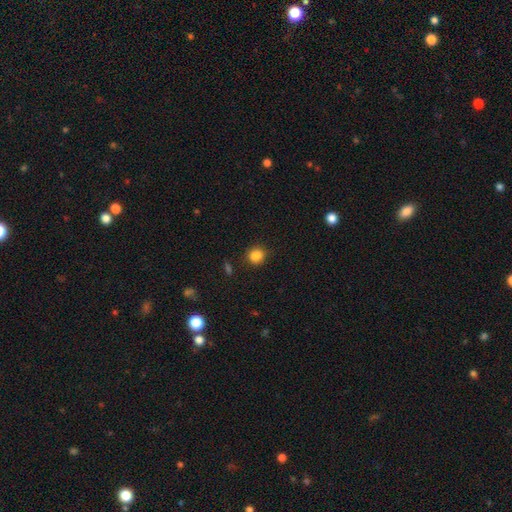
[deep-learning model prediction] Smooth or featured? Predicted: smooth (p=0.84). How rounded? Predicted: round (p=0.72). Merging? Predicted: none (p=0.76).